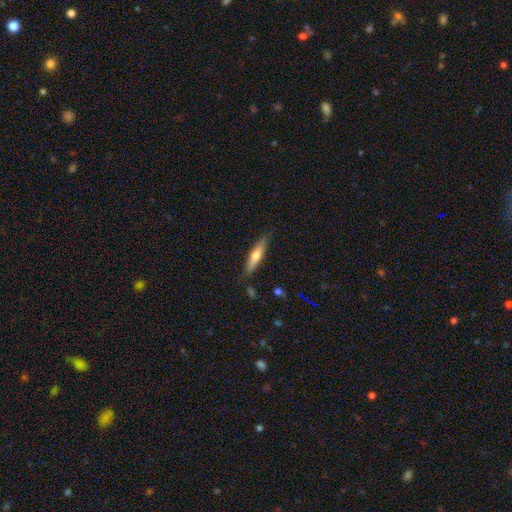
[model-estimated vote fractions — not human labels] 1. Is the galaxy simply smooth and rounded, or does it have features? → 50% smooth, 44% featured or disk, 6% star or artifact.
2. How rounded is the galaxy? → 78% cigar-shaped, 20% in between, 2% round.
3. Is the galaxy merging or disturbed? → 83% none, 13% minor disturbance, 2% major disturbance, 2% merger.